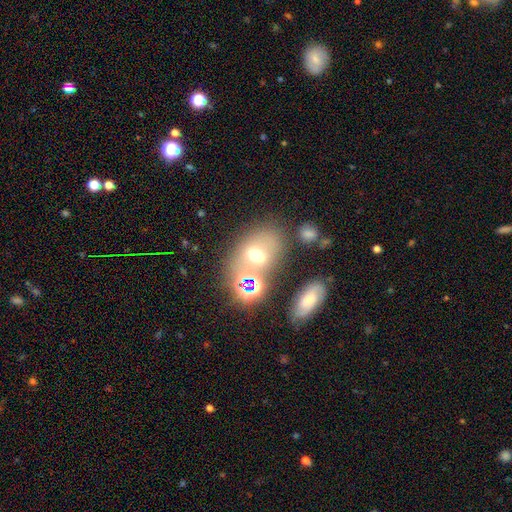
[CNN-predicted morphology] Overall: smooth (54%; featured or disk 26%). How rounded: in between (70%). Merging: none (55%; merger 21%).